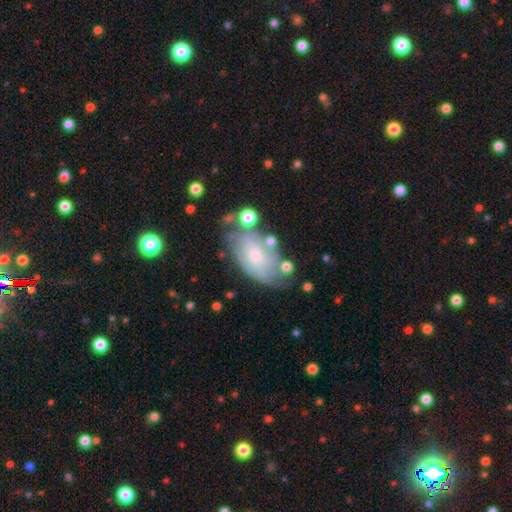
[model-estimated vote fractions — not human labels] This is possibly a featured or disk galaxy (57%). It is clearly not viewed edge-on (93%). Bar: likely no (76%). Spiral arm pattern: likely yes (65%). Central bulge: possibly small (54%). Merging: possibly none (55%).